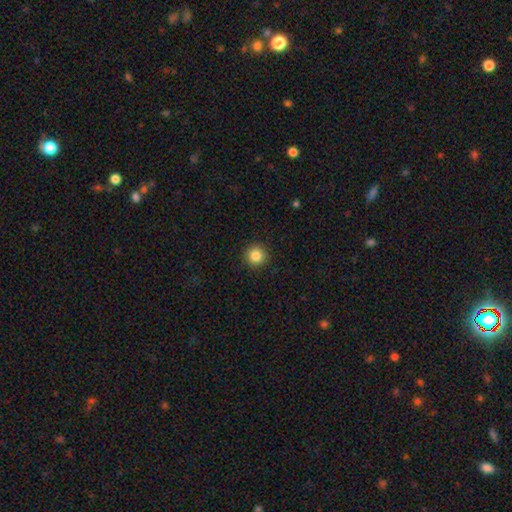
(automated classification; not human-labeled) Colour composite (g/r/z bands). It shows a smooth galaxy with no disk features (85%) that is round (95%). Merging: none (92%).